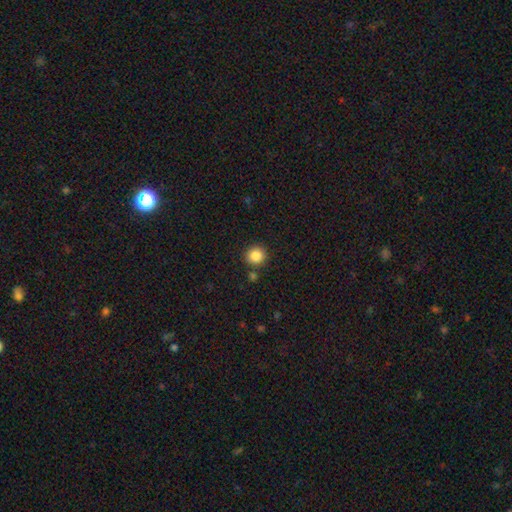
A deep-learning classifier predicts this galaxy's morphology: Smooth or featured? smooth (86%)
How rounded? round (91%)
Merging? none (86%)